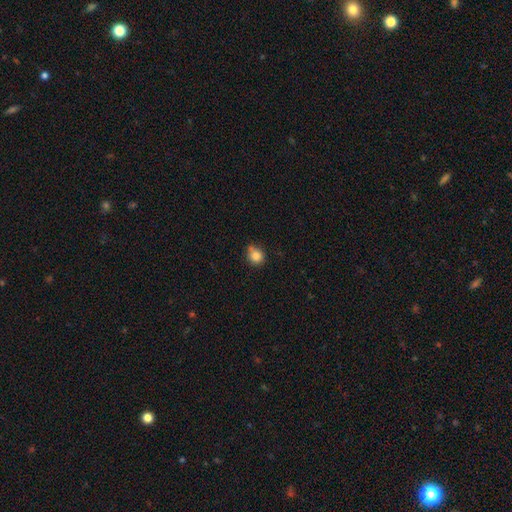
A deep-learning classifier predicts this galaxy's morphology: A smooth galaxy with no disk features (83%) that is round (77%). Merging: none (61%).